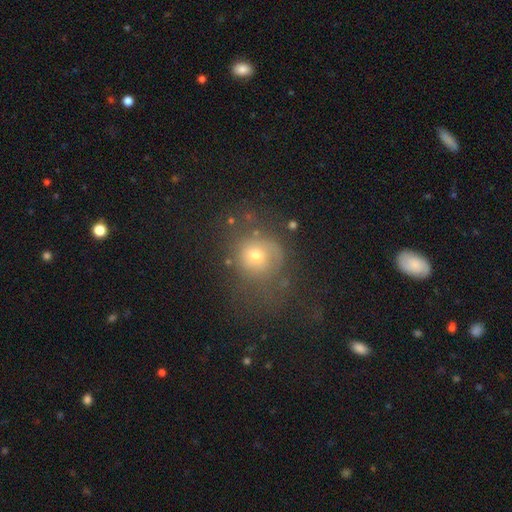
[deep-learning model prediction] A smooth galaxy with no disk features (59%) that is round (76%). Merging: none (46%).